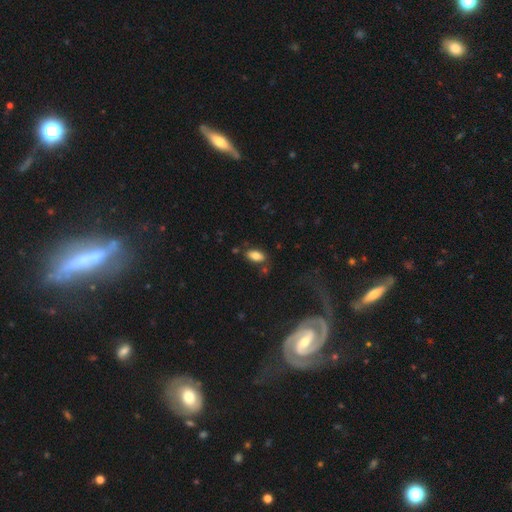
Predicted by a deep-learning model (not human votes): A smooth galaxy with no disk features (82%) that is in between round and cigar-shaped (91%).

Vote fractions:
- Smooth or featured? smooth: 82% / featured or disk: 10% / star or artifact: 8%
- How rounded? in between: 91% / cigar-shaped: 6% / round: 3%
- Merging? none: 76% / minor disturbance: 14% / merger: 6% / major disturbance: 4%